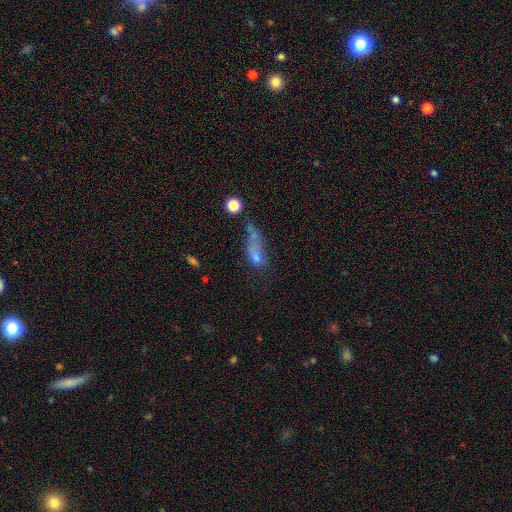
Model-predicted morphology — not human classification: smooth 55%, featured or disk 26%, star or artifact 19%. Down the decision tree: how rounded — in between (58%); merging — merger (32%).